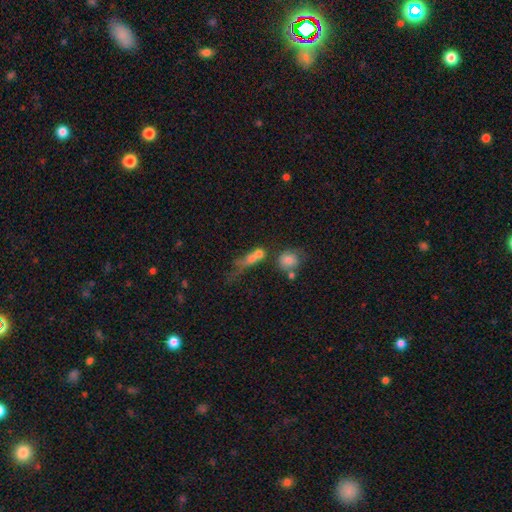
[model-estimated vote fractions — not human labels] smooth_or_featured: smooth (p=0.61) [alt: featured or disk p=0.25]
how_rounded: in between (p=0.46) [alt: round p=0.30]
merging: merger (p=0.42) [alt: none p=0.22]